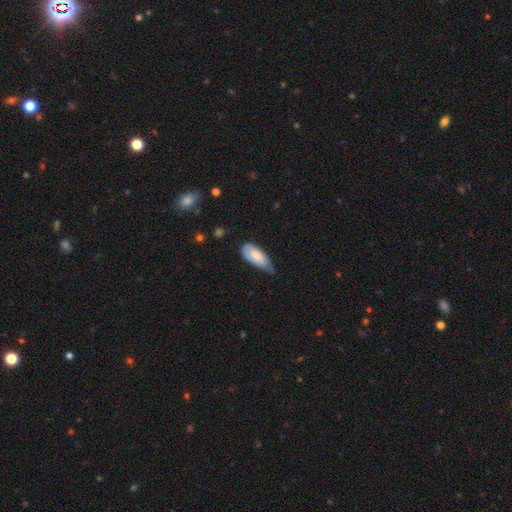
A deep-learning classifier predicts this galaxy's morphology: smooth_or_featured: smooth (p=0.76) [alt: featured or disk p=0.18]
how_rounded: in between (p=0.85) [alt: cigar-shaped p=0.13]
merging: minor disturbance (p=0.52) [alt: none p=0.33]